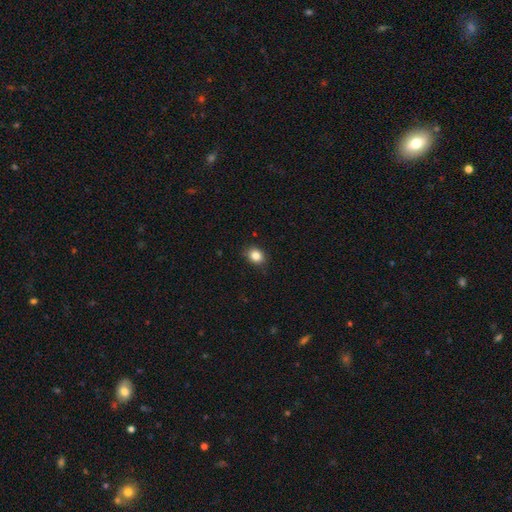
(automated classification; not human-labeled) smooth 85%, star or artifact 10%, featured or disk 5%. Down the decision tree: how rounded — in between (55%); merging — none (85%).